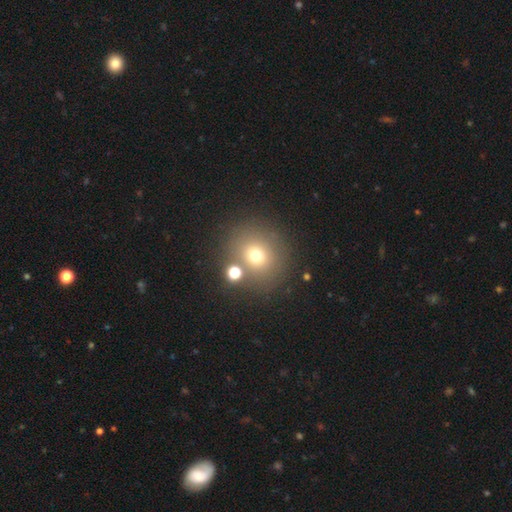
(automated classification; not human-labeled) Smooth or featured? smooth (68%)
How rounded? round (83%)
Merging? none (75%)